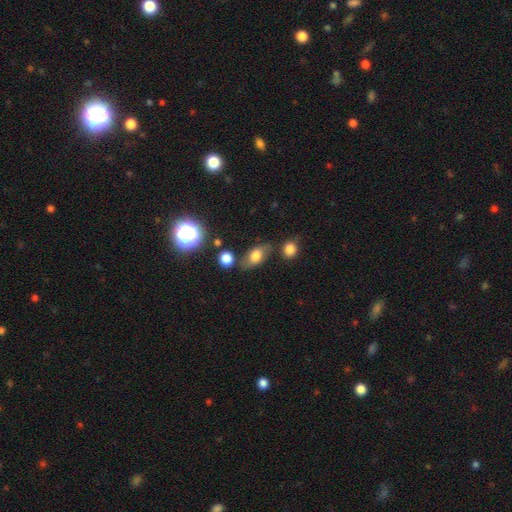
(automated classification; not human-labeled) Smooth or featured: smooth — 69% (featured or disk — 19%)
How rounded: in between — 82% (round — 14%)
Merging: none — 70% (minor disturbance — 18%)